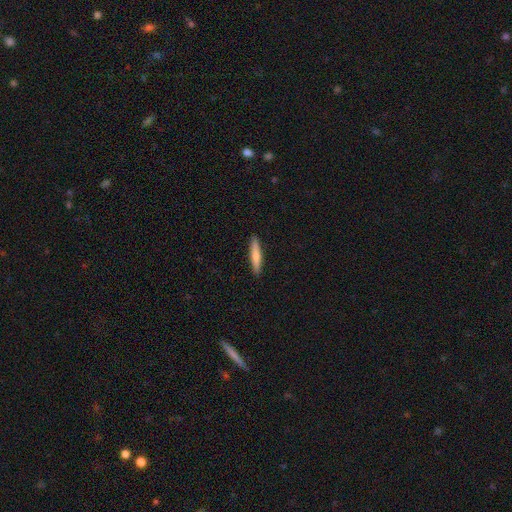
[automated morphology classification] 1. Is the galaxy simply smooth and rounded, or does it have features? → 75% smooth, 19% featured or disk, 5% star or artifact.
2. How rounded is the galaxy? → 90% cigar-shaped, 9% in between, 1% round.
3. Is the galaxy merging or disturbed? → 91% none, 6% minor disturbance, 1% major disturbance, 1% merger.